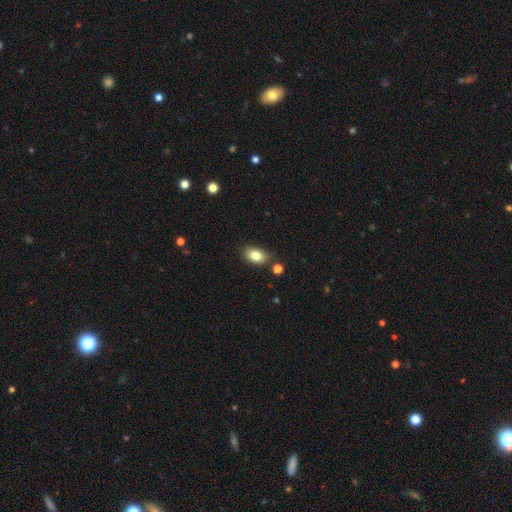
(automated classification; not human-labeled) smooth_or_featured: smooth (p=0.82) [alt: featured or disk p=0.09]
how_rounded: in between (p=0.86) [alt: round p=0.12]
merging: none (p=0.79) [alt: minor disturbance p=0.13]